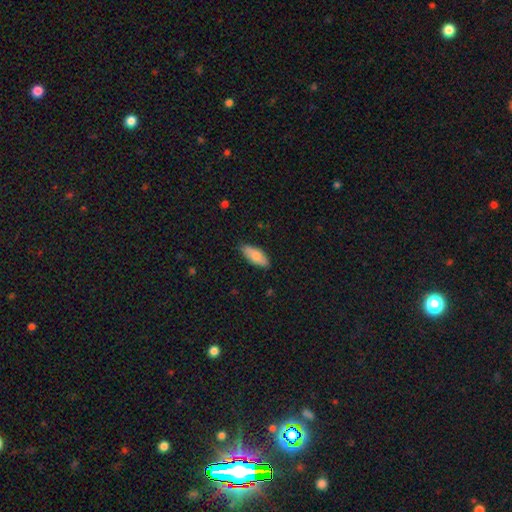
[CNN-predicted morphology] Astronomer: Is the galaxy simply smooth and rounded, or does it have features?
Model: smooth — 79%.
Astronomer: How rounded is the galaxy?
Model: in between — 82%.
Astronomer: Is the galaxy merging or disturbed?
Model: none — 84%.